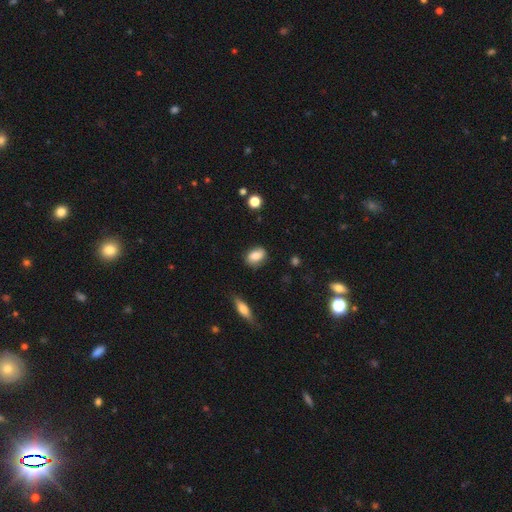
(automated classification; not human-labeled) This appears to be a smooth galaxy with no disk features (80%) that is in between round and cigar-shaped (79%). Merging: none (78%).